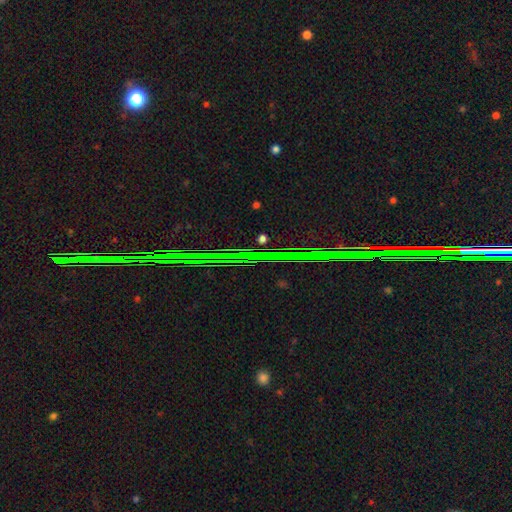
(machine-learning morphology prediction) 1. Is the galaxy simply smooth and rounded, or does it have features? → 84% star or artifact, 9% featured or disk, 6% smooth.